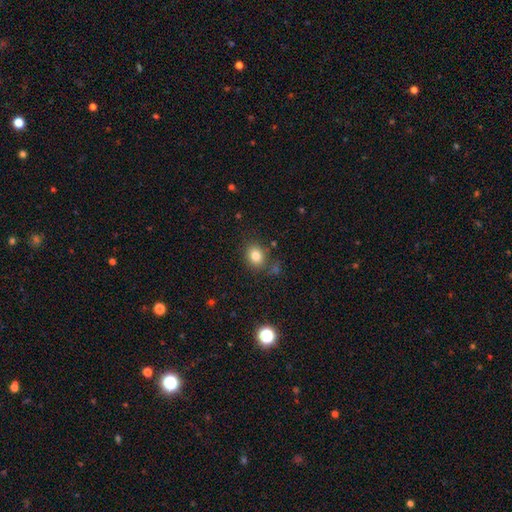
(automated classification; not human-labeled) A smooth galaxy with no disk features (80%) that is round (56%). Merging: none (78%).